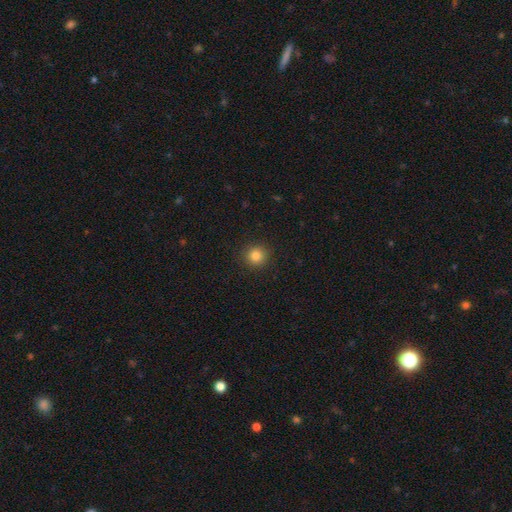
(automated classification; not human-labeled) Smooth or featured: smooth — 83% (star or artifact — 12%)
How rounded: round — 93% (in between — 6%)
Merging: none — 92% (minor disturbance — 5%)